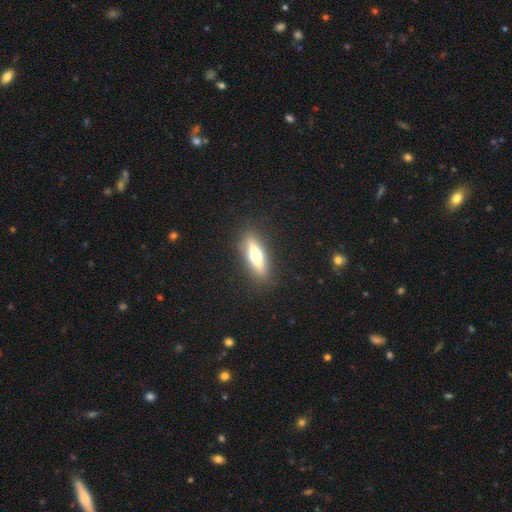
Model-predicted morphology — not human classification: A featured or disk galaxy (49%).

Vote fractions:
- Smooth or featured? featured or disk: 49% / smooth: 44% / star or artifact: 7%
- Merging? none: 88% / minor disturbance: 8% / major disturbance: 3% / merger: 1%